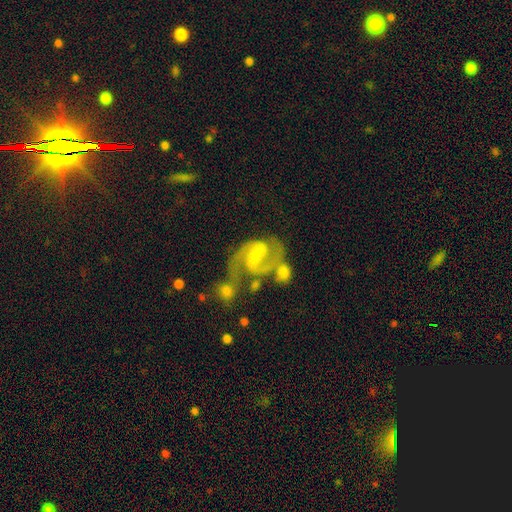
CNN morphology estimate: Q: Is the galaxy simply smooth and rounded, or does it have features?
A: featured or disk — 87%.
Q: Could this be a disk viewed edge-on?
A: no — 98%.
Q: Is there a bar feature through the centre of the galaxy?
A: weak — 50%.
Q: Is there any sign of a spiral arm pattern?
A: yes — 96%.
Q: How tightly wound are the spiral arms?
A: medium — 60%.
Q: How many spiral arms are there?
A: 2 — 89%.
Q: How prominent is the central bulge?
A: small — 59%.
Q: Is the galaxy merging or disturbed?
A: none — 39%.